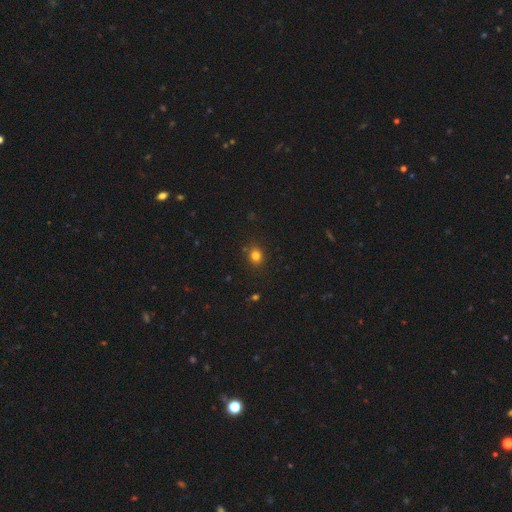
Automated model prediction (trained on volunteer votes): A smooth galaxy with no disk features (80%) that is round (70%).

Vote fractions:
- Smooth or featured? smooth: 80% / star or artifact: 14% / featured or disk: 6%
- How rounded? round: 70% / in between: 29% / cigar-shaped: 1%
- Merging? none: 85% / minor disturbance: 10% / merger: 3% / major disturbance: 3%